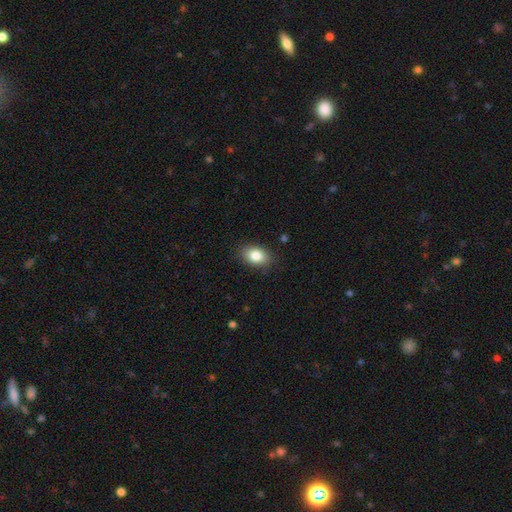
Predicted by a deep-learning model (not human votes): This appears to be a smooth galaxy with no disk features (84%) that is in between round and cigar-shaped (83%). Merging: none (86%).